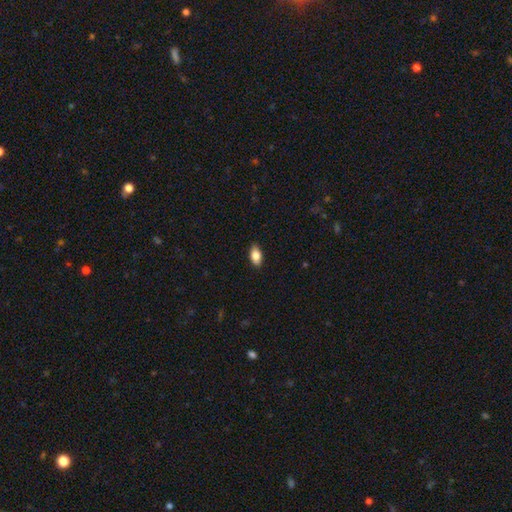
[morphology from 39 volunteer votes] Overall: smooth (82%). How rounded: in between (94%). Merging: none (71%).